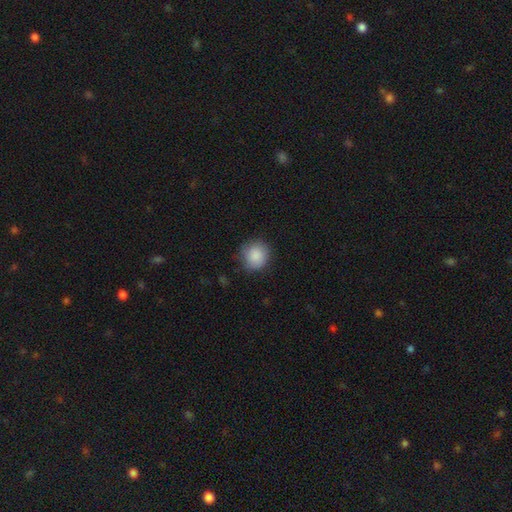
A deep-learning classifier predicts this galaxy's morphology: Smooth or featured: smooth — 88% (star or artifact — 7%)
How rounded: round — 91% (in between — 8%)
Merging: none — 81% (minor disturbance — 14%)